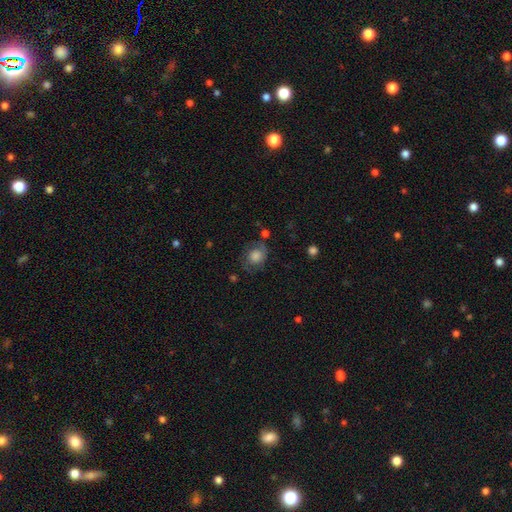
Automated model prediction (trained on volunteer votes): Smooth or featured? Predicted: featured or disk (p=0.46). Merging? Predicted: none (p=0.62).